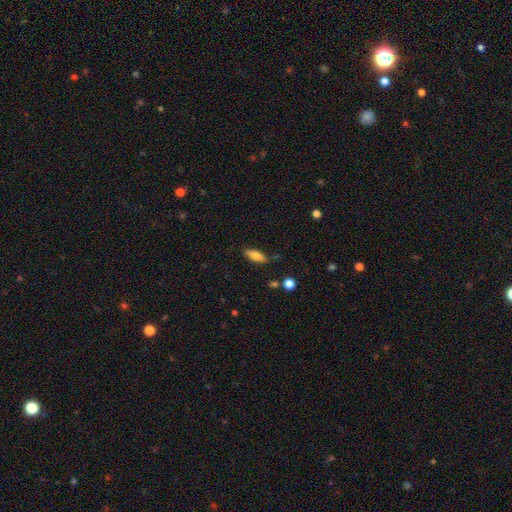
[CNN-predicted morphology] A smooth galaxy with no disk features (79%) that is in between round and cigar-shaped (70%).

Vote fractions:
- Smooth or featured? smooth: 79% / featured or disk: 14% / star or artifact: 7%
- How rounded? in between: 70% / cigar-shaped: 28% / round: 2%
- Merging? none: 83% / minor disturbance: 12% / major disturbance: 3% / merger: 2%